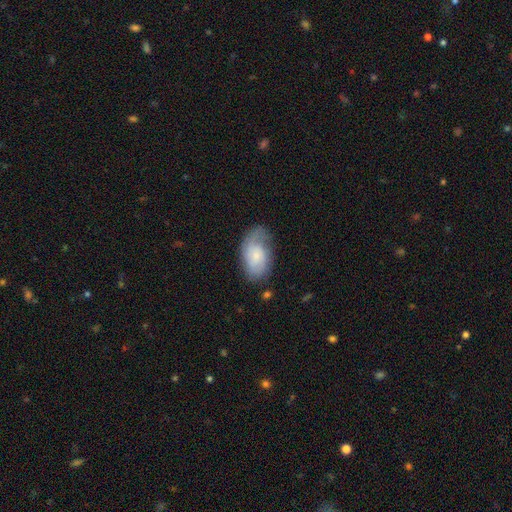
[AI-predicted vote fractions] smooth_or_featured: smooth (p=0.51) [alt: featured or disk p=0.42]
how_rounded: in between (p=0.92) [alt: round p=0.06]
merging: none (p=0.58) [alt: minor disturbance p=0.28]